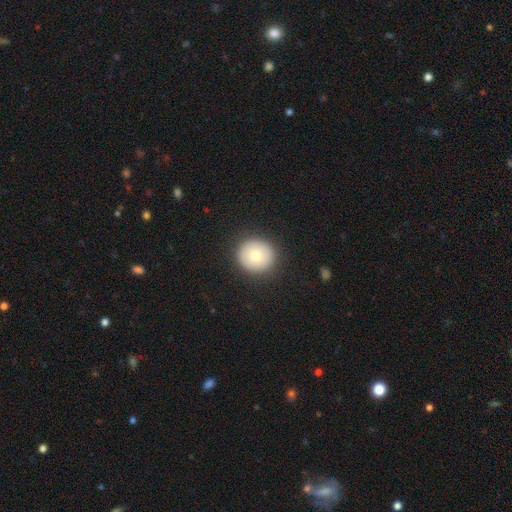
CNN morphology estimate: This is likely a smooth galaxy (75%). How rounded: clearly round (91%). Merging: clearly none (90%).